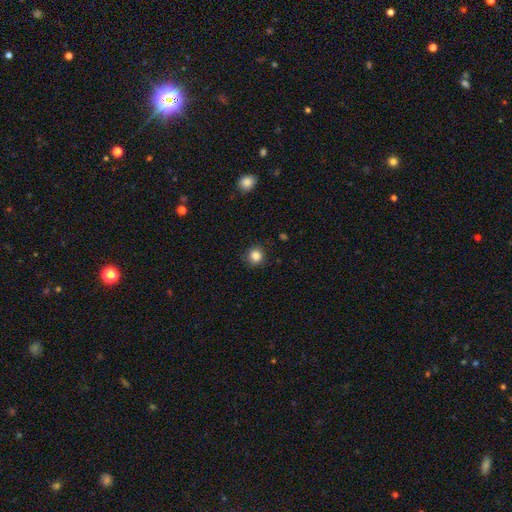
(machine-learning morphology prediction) Smooth or featured?
  - smooth: 85% *
  - star or artifact: 11%
  - featured or disk: 4%
How rounded?
  - round: 91% *
  - in between: 8%
  - cigar-shaped: 1%
Merging?
  - none: 88% *
  - minor disturbance: 8%
  - major disturbance: 2%
  - merger: 1%